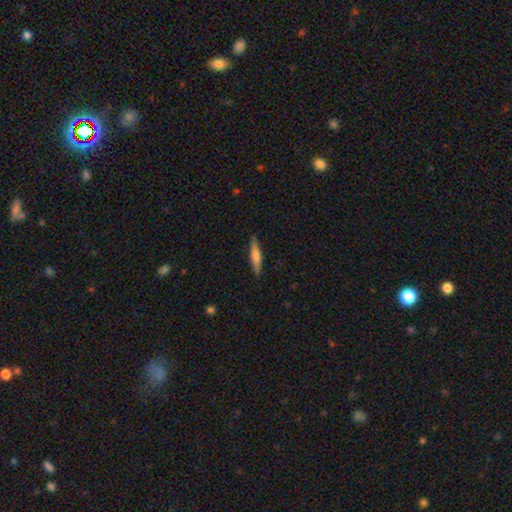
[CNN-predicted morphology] Q: Smooth or featured?
A: smooth (57%); runner-up: featured or disk (38%)
Q: How rounded?
A: cigar-shaped (87%); runner-up: in between (11%)
Q: Merging?
A: none (89%); runner-up: minor disturbance (8%)